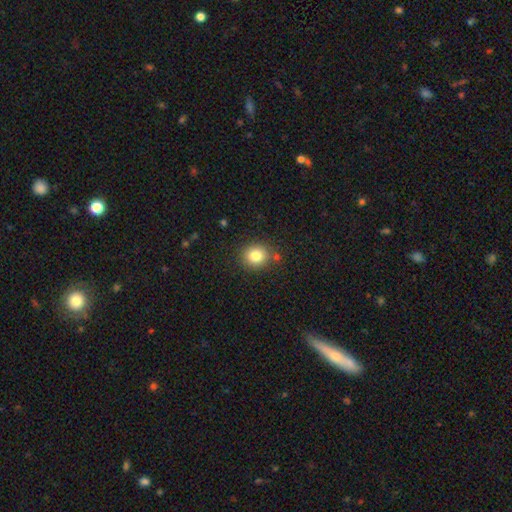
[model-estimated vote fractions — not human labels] The model was most divided on "how rounded": round: 81%, in between: 18%, cigar-shaped: 1%. More confident: merging — none (82%); smooth or featured — smooth (81%).